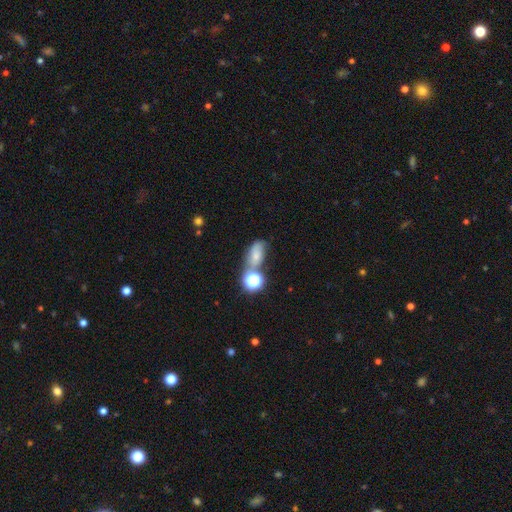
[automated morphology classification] type=smooth (60%); roundness=in between (75%); merging=none (48%).